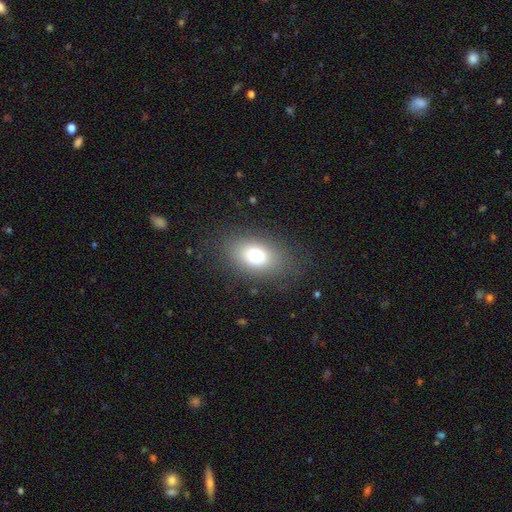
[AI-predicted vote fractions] Morphology: type=smooth (76%); roundness=in between (82%); merging=none (79%).